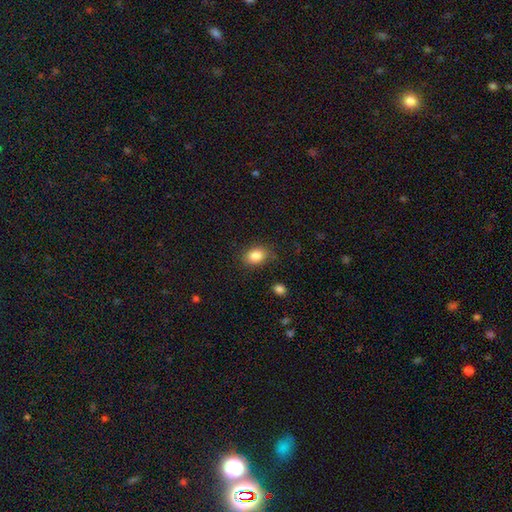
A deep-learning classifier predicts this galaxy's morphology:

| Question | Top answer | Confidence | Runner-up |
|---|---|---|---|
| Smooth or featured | smooth | 85% | star or artifact (9%) |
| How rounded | in between | 68% | round (31%) |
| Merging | none | 81% | minor disturbance (14%) |